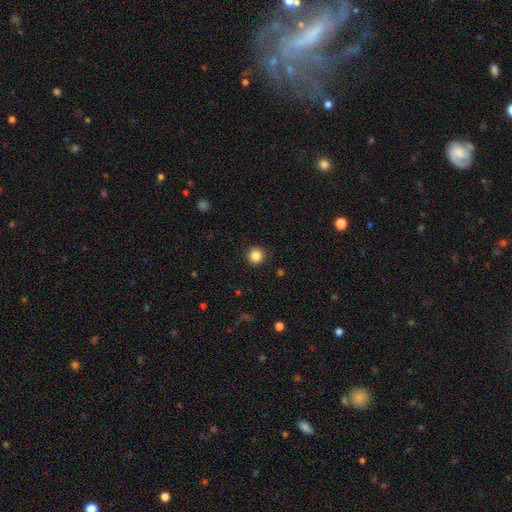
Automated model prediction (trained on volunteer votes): Q: Smooth or featured?
A: smooth (86%); runner-up: star or artifact (10%)
Q: How rounded?
A: round (95%); runner-up: in between (4%)
Q: Merging?
A: none (91%); runner-up: minor disturbance (6%)